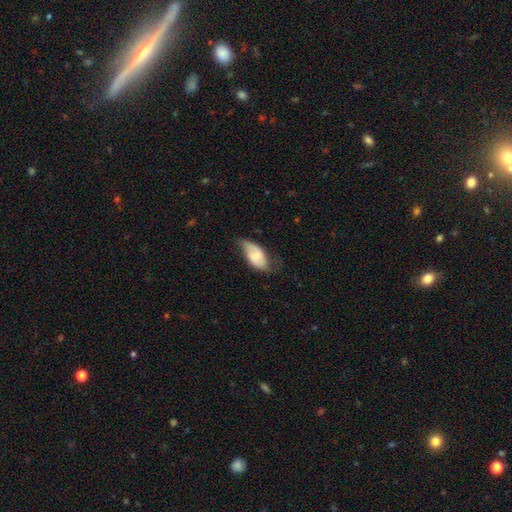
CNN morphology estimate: smooth_or_featured: smooth (p=0.53) [alt: featured or disk p=0.40]
how_rounded: in between (p=0.92) [alt: cigar-shaped p=0.04]
merging: none (p=0.47) [alt: minor disturbance p=0.36]